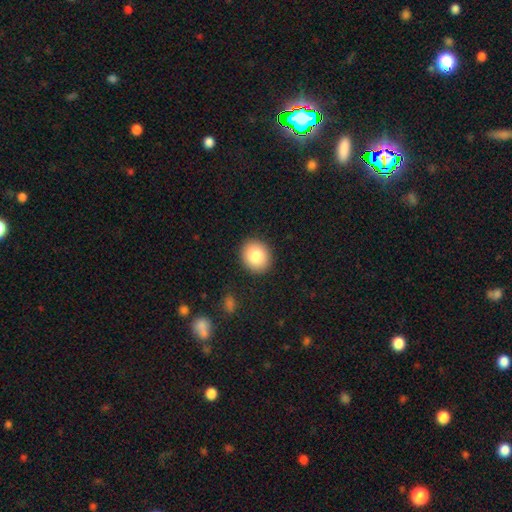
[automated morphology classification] smooth_or_featured: smooth (p=0.83) [alt: featured or disk p=0.09]
how_rounded: round (p=0.75) [alt: in between p=0.25]
merging: none (p=0.91) [alt: minor disturbance p=0.06]